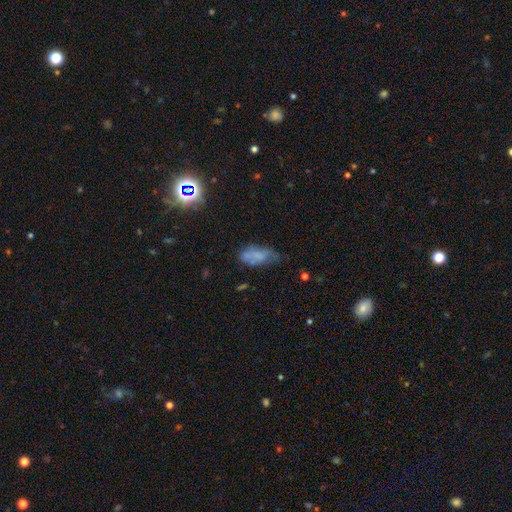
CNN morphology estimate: A smooth galaxy with no disk features (58%) that is in between round and cigar-shaped (83%). Merging: none (42%).